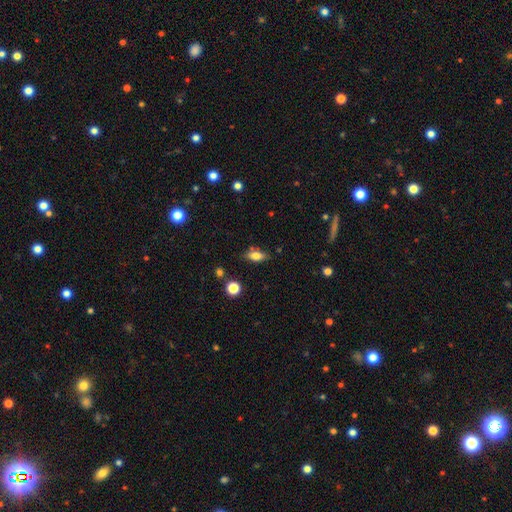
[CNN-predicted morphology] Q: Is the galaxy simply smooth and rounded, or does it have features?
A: smooth — 69%.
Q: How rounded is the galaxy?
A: in between — 76%.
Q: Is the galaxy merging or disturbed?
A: none — 75%.